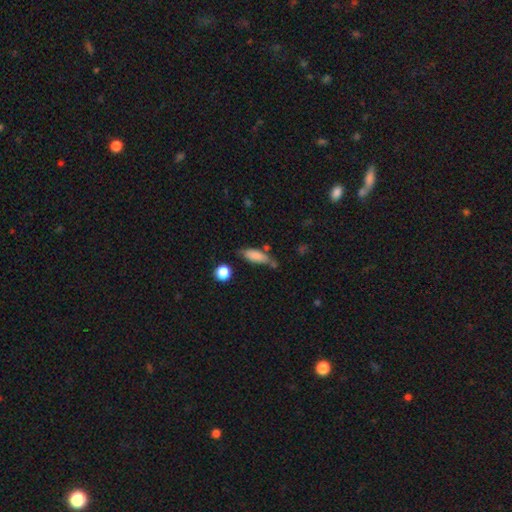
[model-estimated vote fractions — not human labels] A smooth galaxy with no disk features (81%) that is in between round and cigar-shaped (61%). Merging: none (55%).